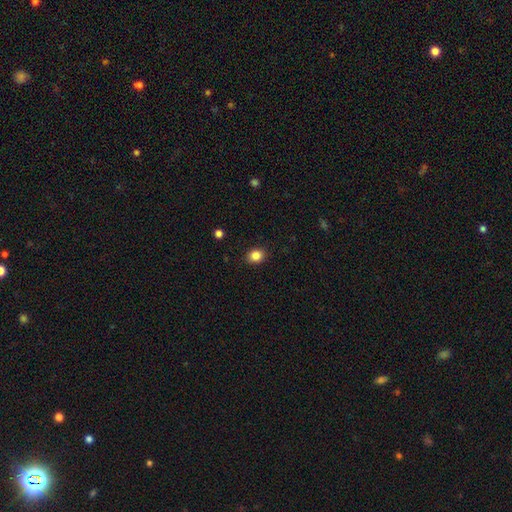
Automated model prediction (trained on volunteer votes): smooth-or-featured: smooth: 85% | star or artifact: 10% | featured or disk: 5%
  how-rounded: round: 56% | in between: 43% | cigar-shaped: 1%
  merging: none: 89% | minor disturbance: 8% | major disturbance: 2% | merger: 1%